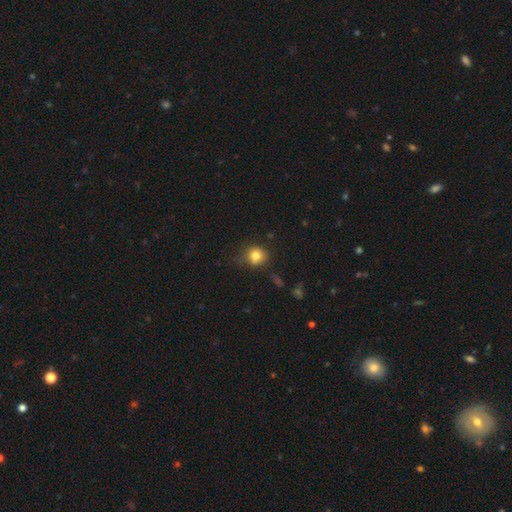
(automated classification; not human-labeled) A smooth galaxy with no disk features (80%) that is round (83%).

Vote fractions:
- Smooth or featured? smooth: 80% / star or artifact: 12% / featured or disk: 8%
- How rounded? round: 83% / in between: 16% / cigar-shaped: 1%
- Merging? none: 68% / minor disturbance: 23% / major disturbance: 6% / merger: 3%